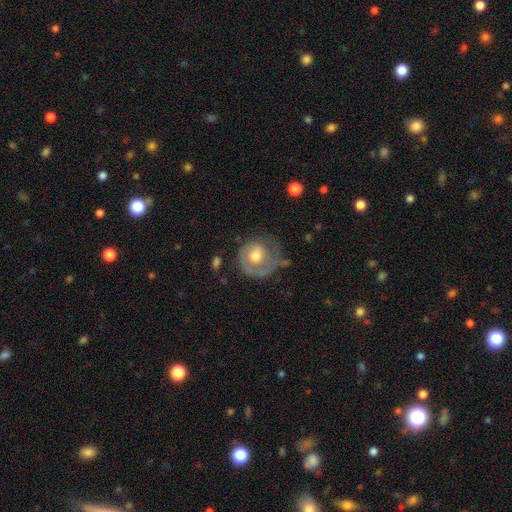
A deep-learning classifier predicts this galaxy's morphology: Smooth or featured: featured or disk — 59% (smooth — 35%)
Edge-on disk: no — 97% (yes — 3%)
Bar: no — 76% (weak — 21%)
Spiral arms: yes — 70% (no — 30%)
Bulge size: moderate — 66% (large — 18%)
Merging: none — 52% (minor disturbance — 23%)